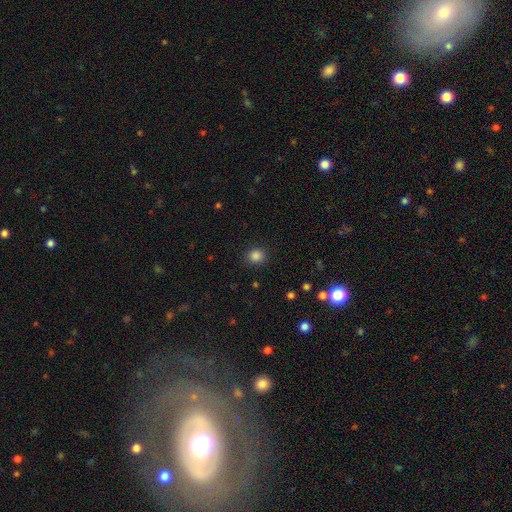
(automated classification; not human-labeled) A smooth galaxy with no disk features (84%) that is round (80%).

Vote fractions:
- Smooth or featured? smooth: 84% / star or artifact: 12% / featured or disk: 3%
- How rounded? round: 80% / in between: 19% / cigar-shaped: 1%
- Merging? none: 89% / minor disturbance: 7% / major disturbance: 3% / merger: 1%